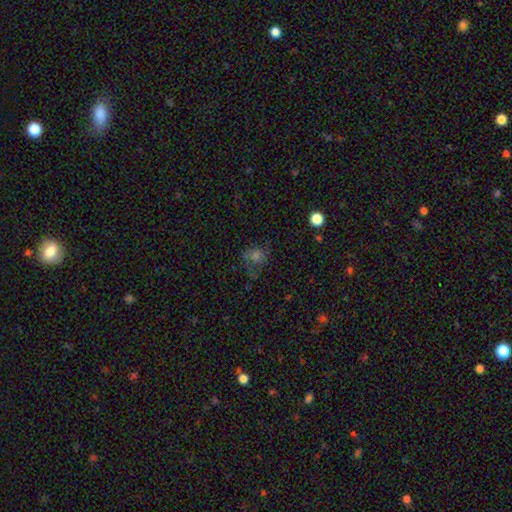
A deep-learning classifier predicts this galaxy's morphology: Smooth or featured: smooth — 46% (featured or disk — 29%)
Merging: none — 49% (major disturbance — 26%)